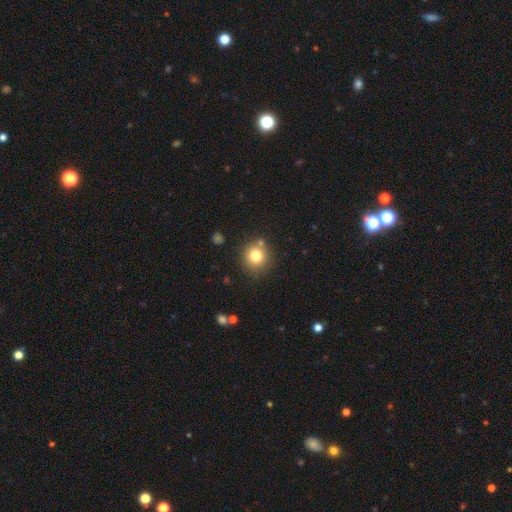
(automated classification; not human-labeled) Overall: smooth (78%). How rounded: round (92%). Merging: none (79%).